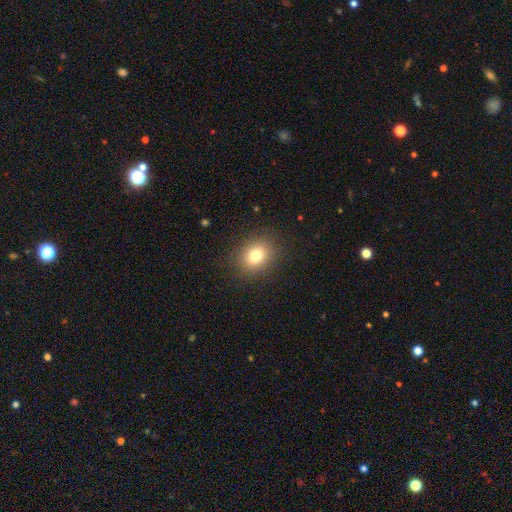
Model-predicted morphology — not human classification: A smooth galaxy with no disk features (79%) that is round (56%).

Vote fractions:
- Smooth or featured? smooth: 79% / star or artifact: 12% / featured or disk: 9%
- How rounded? round: 56% / in between: 43% / cigar-shaped: 1%
- Merging? none: 88% / minor disturbance: 8% / major disturbance: 3% / merger: 1%